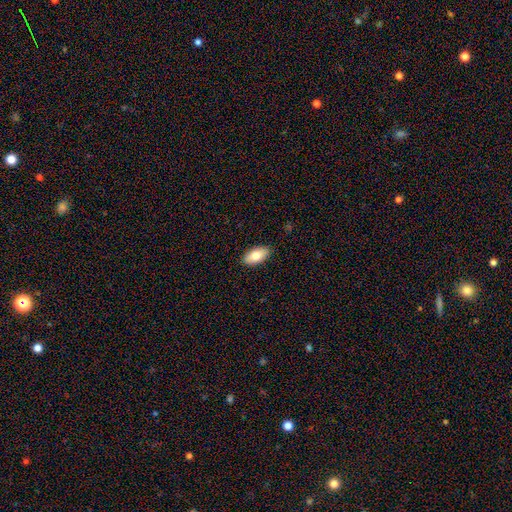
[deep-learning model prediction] Smooth or featured?
  - smooth: 78% *
  - featured or disk: 15%
  - star or artifact: 6%
How rounded?
  - in between: 93% *
  - cigar-shaped: 4%
  - round: 3%
Merging?
  - none: 89% *
  - minor disturbance: 8%
  - major disturbance: 2%
  - merger: 1%